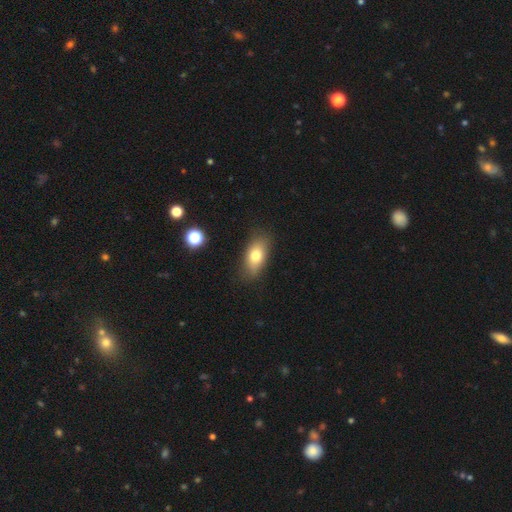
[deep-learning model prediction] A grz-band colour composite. It shows a smooth galaxy with no disk features (76%) that is in between round and cigar-shaped (85%). Merging: none (81%).